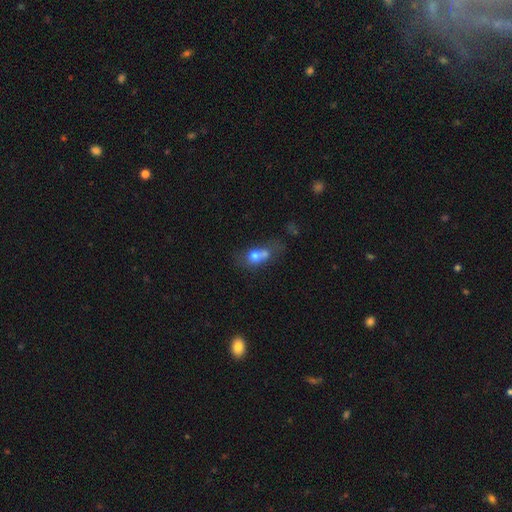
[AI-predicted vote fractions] Morphology: type=smooth (64%); roundness=in between (51%); merging=merger (59%).